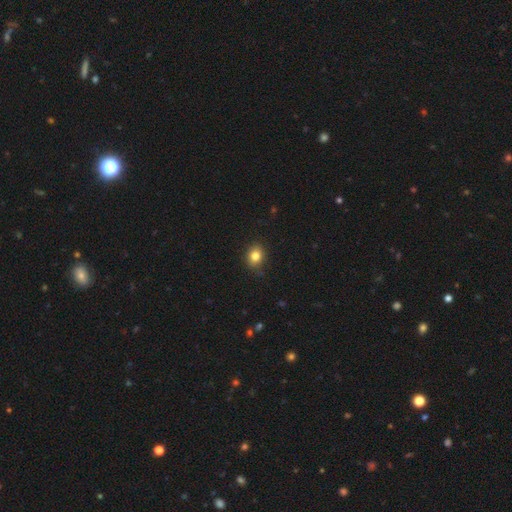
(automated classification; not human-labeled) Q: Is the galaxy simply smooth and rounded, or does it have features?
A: smooth — 83%.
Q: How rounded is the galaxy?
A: round — 54%.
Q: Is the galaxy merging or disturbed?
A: none — 86%.